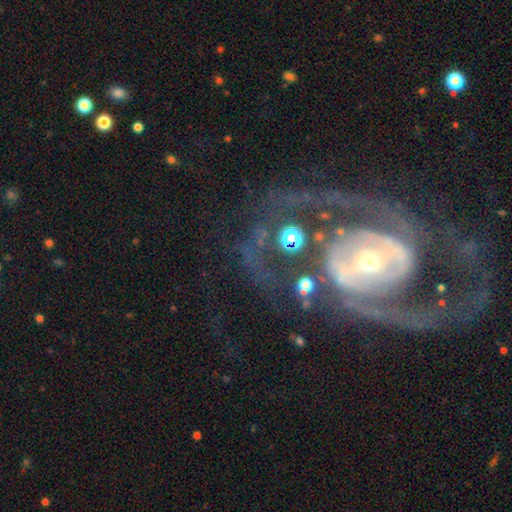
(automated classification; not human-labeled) smooth_or_featured: featured or disk (p=0.85) [alt: star or artifact p=0.08]
disk_edge_on: no (p=0.96) [alt: yes p=0.04]
bar: no (p=0.36) [alt: weak p=0.32]
has_spiral_arms: yes (p=0.89) [alt: no p=0.11]
spiral_winding: medium (p=0.46) [alt: tight p=0.29]
spiral_arm_count: 2 (p=0.77) [alt: can't tell p=0.10]
bulge_size: small (p=0.51) [alt: moderate p=0.42]
merging: none (p=0.54) [alt: major disturbance p=0.26]